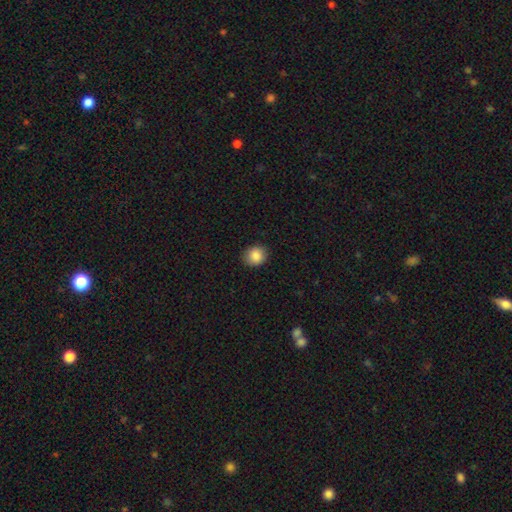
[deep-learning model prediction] Smooth or featured? smooth (87%)
How rounded? round (72%)
Merging? none (87%)